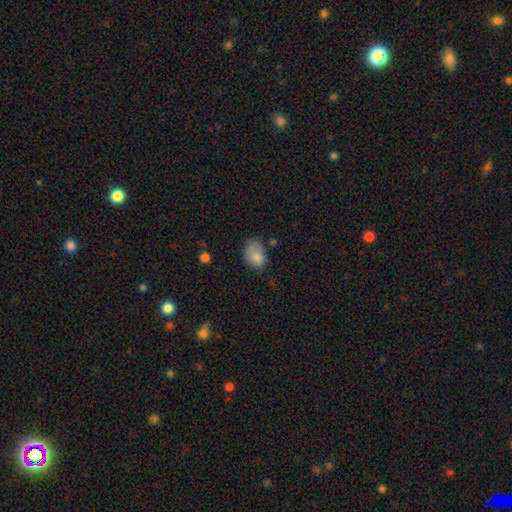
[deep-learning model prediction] This is clearly a smooth galaxy (81%). How rounded: likely in between (77%). Merging: possibly none (52%).